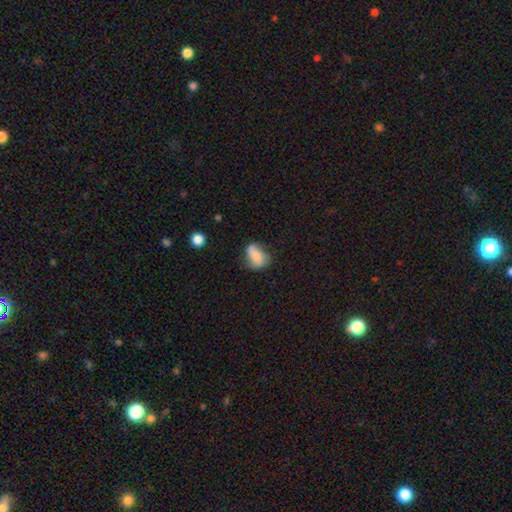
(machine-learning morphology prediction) Smooth or featured: smooth — 66% (featured or disk — 25%)
How rounded: in between — 77% (round — 21%)
Merging: none — 43% (minor disturbance — 34%)